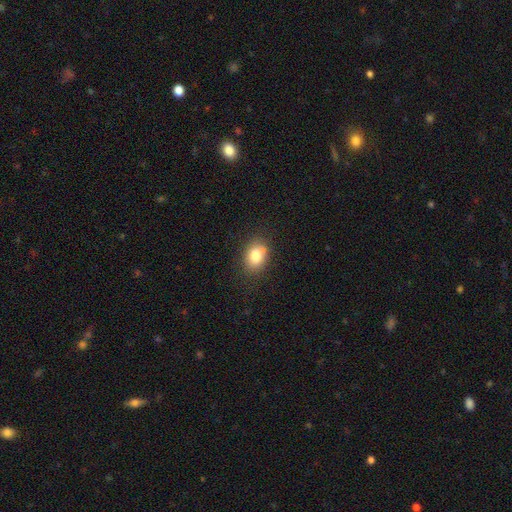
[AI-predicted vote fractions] A smooth galaxy with no disk features (80%) that is in between round and cigar-shaped (67%). Merging: none (71%).